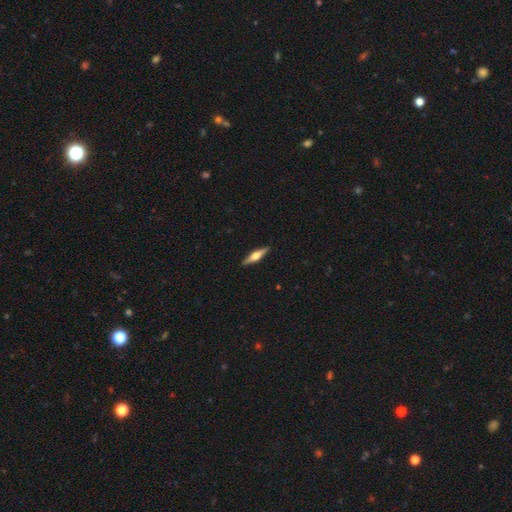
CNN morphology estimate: Q: Smooth or featured?
A: featured or disk (63%); runner-up: smooth (32%)
Q: Edge-on disk?
A: yes (97%); runner-up: no (3%)
Q: Edge-on bulge?
A: rounded (92%); runner-up: boxy (5%)
Q: Merging?
A: none (91%); runner-up: minor disturbance (6%)